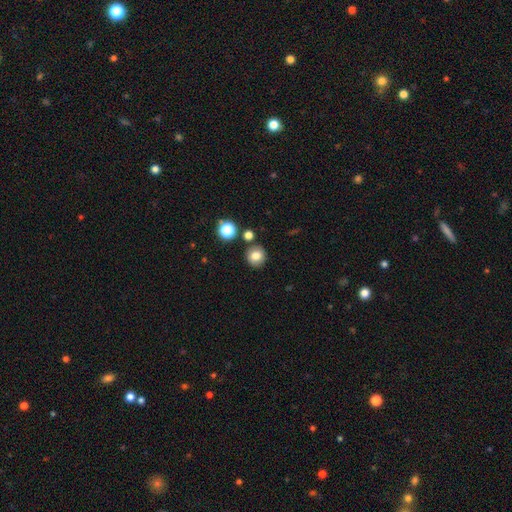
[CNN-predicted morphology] Overall: smooth (78%). How rounded: round (91%). Merging: none (85%).